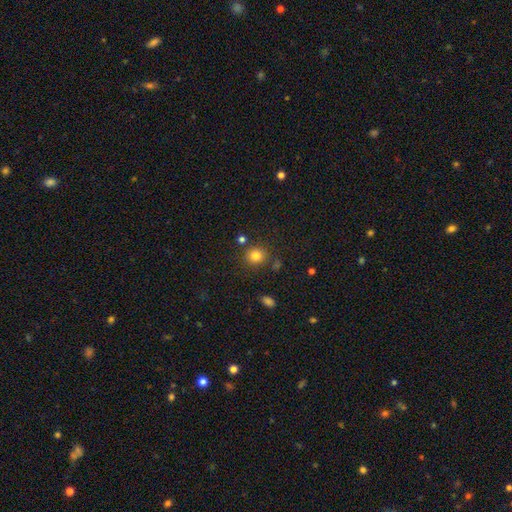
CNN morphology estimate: The model was most divided on "how rounded": round: 83%, in between: 16%, cigar-shaped: 1%. More confident: smooth or featured — smooth (81%); merging — none (80%).